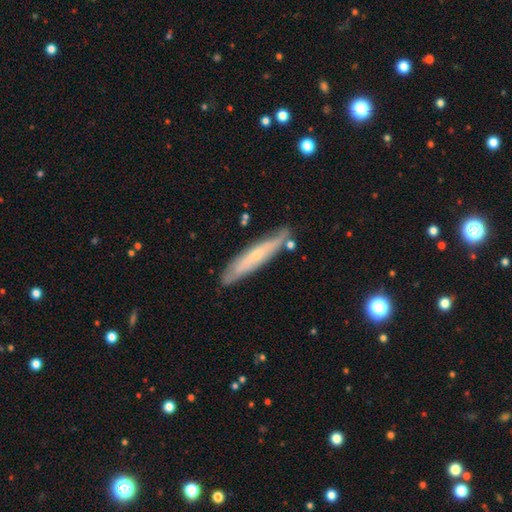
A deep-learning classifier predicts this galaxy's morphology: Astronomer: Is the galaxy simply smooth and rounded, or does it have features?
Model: featured or disk — 53% (runner-up: smooth, 41%).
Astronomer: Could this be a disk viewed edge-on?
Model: yes — 70%.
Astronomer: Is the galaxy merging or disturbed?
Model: none — 78%.